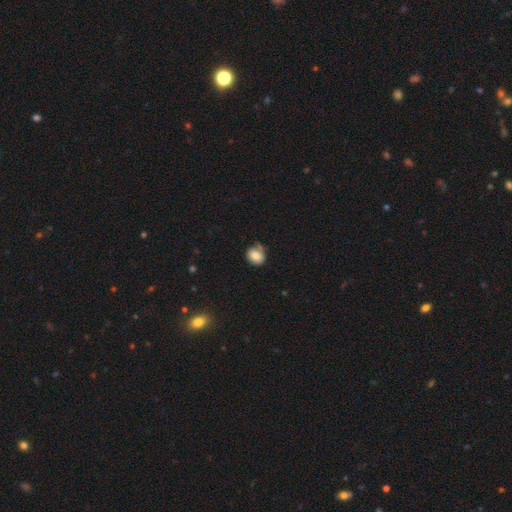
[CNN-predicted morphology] Smooth or featured?
  - smooth: 81% *
  - featured or disk: 10%
  - star or artifact: 9%
How rounded?
  - round: 57% *
  - in between: 42%
  - cigar-shaped: 1%
Merging?
  - none: 56% *
  - minor disturbance: 29%
  - major disturbance: 8%
  - merger: 7%